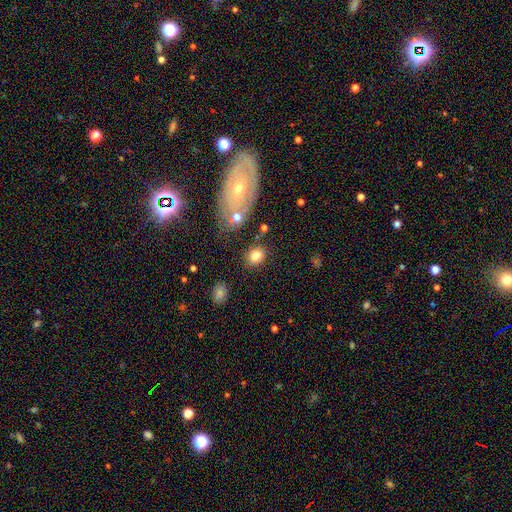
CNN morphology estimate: Smooth or featured: smooth — 80% (featured or disk — 10%)
How rounded: round — 61% (in between — 38%)
Merging: none — 77% (minor disturbance — 12%)